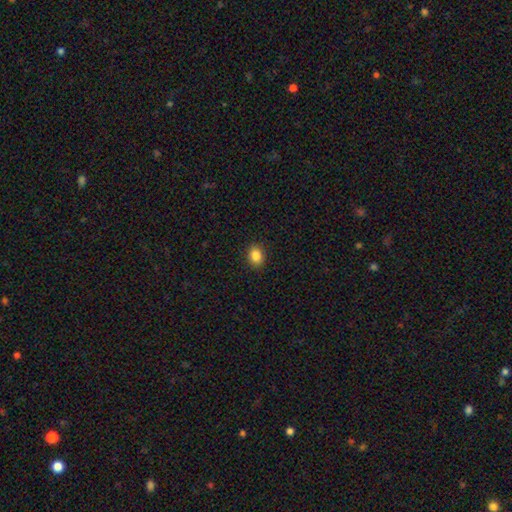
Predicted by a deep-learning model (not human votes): The model was most divided on "how rounded": in between: 53%, round: 46%, cigar-shaped: 1%. More confident: merging — none (91%); smooth or featured — smooth (86%).